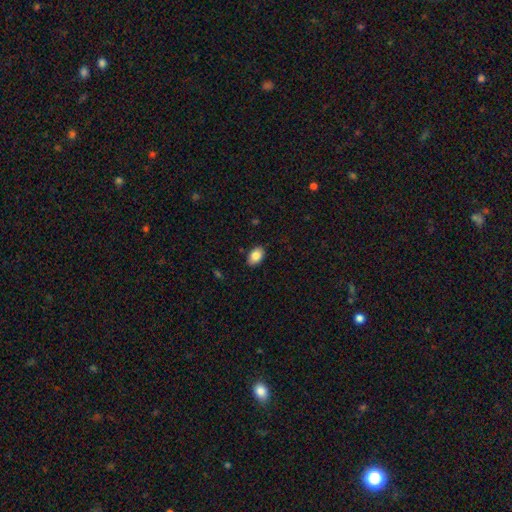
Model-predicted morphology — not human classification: smooth-or-featured: smooth: 85% | featured or disk: 7% | star or artifact: 7%
  how-rounded: in between: 87% | round: 11% | cigar-shaped: 1%
  merging: none: 88% | minor disturbance: 9% | major disturbance: 2% | merger: 1%